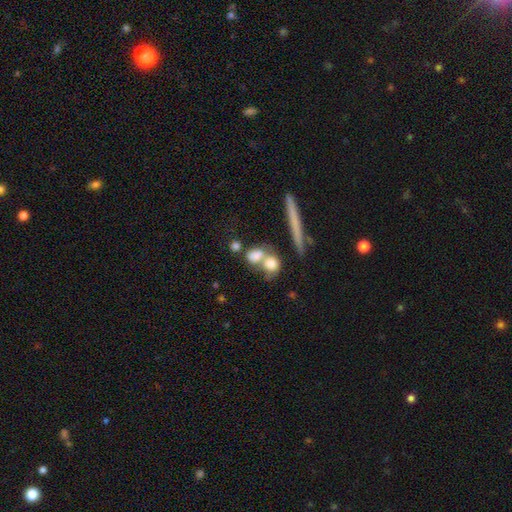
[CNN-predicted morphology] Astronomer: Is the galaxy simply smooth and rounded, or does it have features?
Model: smooth — 72%.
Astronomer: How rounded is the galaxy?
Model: round — 54% (runner-up: in between, 35%).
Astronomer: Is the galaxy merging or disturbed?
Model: merger — 43% (runner-up: none, 39%).